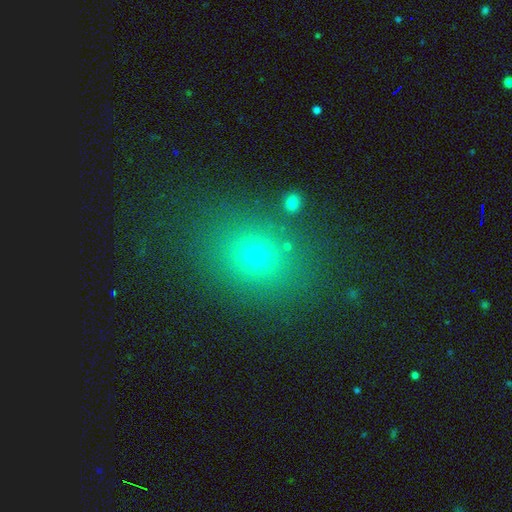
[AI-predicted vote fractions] This is likely a smooth galaxy (63%). How rounded: possibly round (58%). Merging: clearly none (83%).